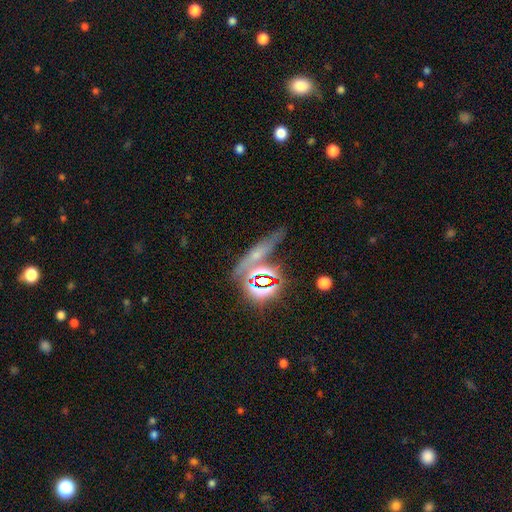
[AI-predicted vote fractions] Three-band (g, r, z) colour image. It shows a star or artifact, not a galaxy (42%).